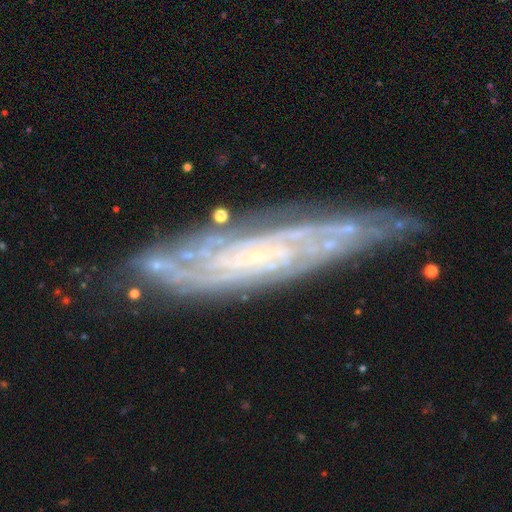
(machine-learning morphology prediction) Overall: featured or disk (83%). Edge-on disk: no (73%). Bar: no (67%). Spiral arms: yes (94%). Spiral arm count: can't tell (47%; 2 17%). Spiral winding: tight (69%). Bulge size: small (80%). Merging: none (73%).